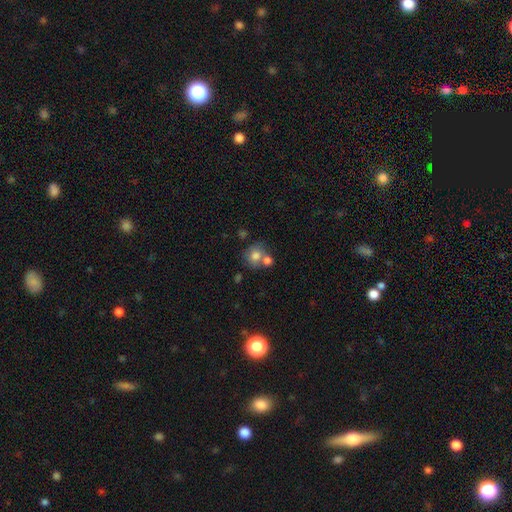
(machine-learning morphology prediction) A smooth galaxy with no disk features (76%) that is round (78%). Merging: none (45%).